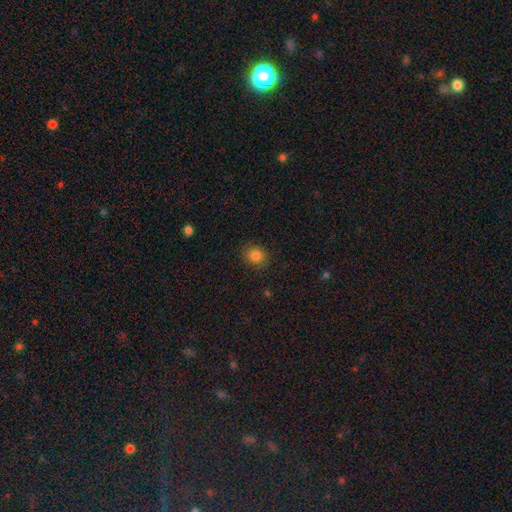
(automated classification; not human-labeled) Overall: smooth (83%). How rounded: round (73%). Merging: none (87%).